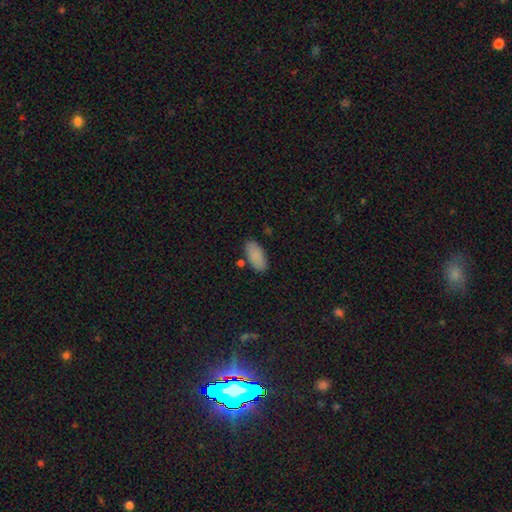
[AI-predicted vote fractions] Smooth or featured: smooth — 88% (star or artifact — 7%)
How rounded: in between — 91% (cigar-shaped — 7%)
Merging: none — 80% (minor disturbance — 12%)